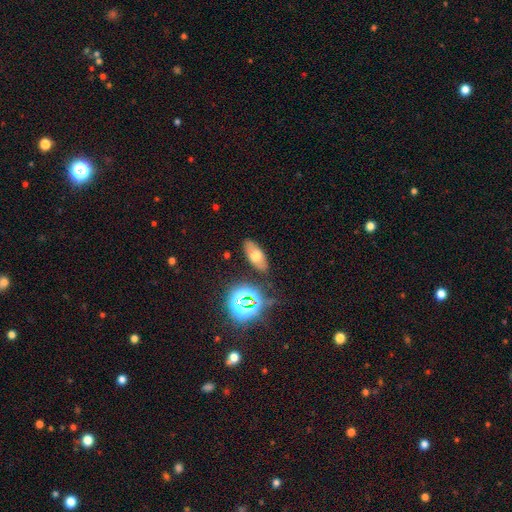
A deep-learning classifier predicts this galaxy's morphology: This is possibly a smooth galaxy (57%). How rounded: clearly in between (82%). Merging: clearly none (83%).